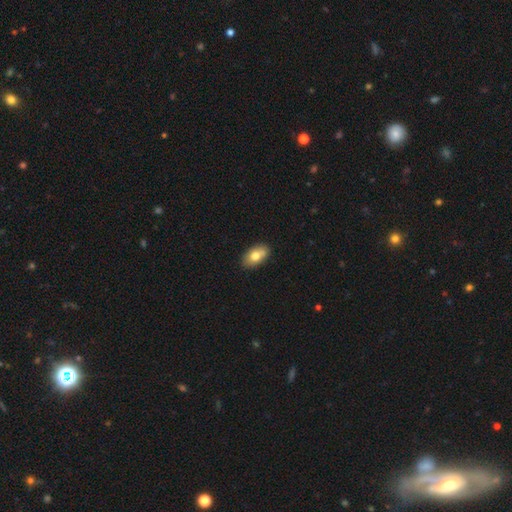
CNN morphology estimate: Smooth or featured: smooth — 75% (featured or disk — 18%)
How rounded: in between — 91% (round — 7%)
Merging: none — 82% (minor disturbance — 13%)